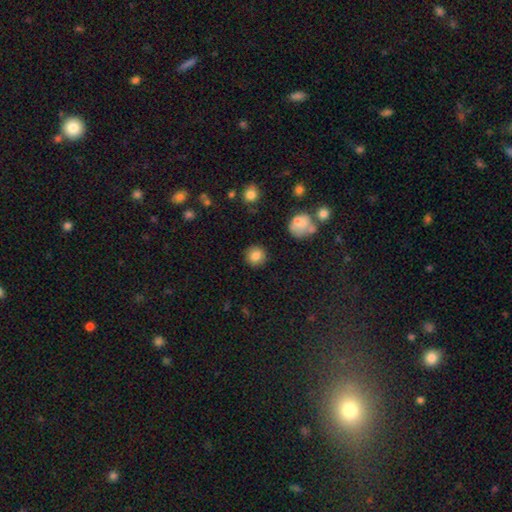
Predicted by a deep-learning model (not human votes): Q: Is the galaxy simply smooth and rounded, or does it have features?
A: smooth — 83%.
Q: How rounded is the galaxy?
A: round — 91%.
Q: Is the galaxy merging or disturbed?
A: none — 89%.